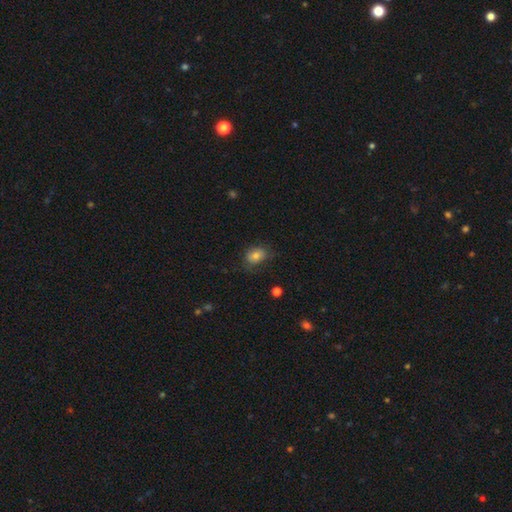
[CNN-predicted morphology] smooth-or-featured: smooth: 76% | featured or disk: 13% | star or artifact: 10%
  how-rounded: in between: 65% | round: 34% | cigar-shaped: 1%
  merging: none: 63% | minor disturbance: 26% | major disturbance: 10% | merger: 1%